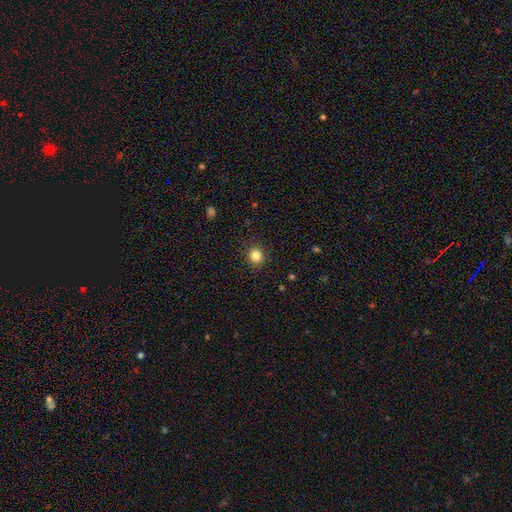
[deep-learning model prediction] Smooth or featured?
  - smooth: 84% *
  - star or artifact: 11%
  - featured or disk: 5%
How rounded?
  - round: 87% *
  - in between: 12%
  - cigar-shaped: 1%
Merging?
  - none: 90% *
  - minor disturbance: 7%
  - major disturbance: 2%
  - merger: 1%